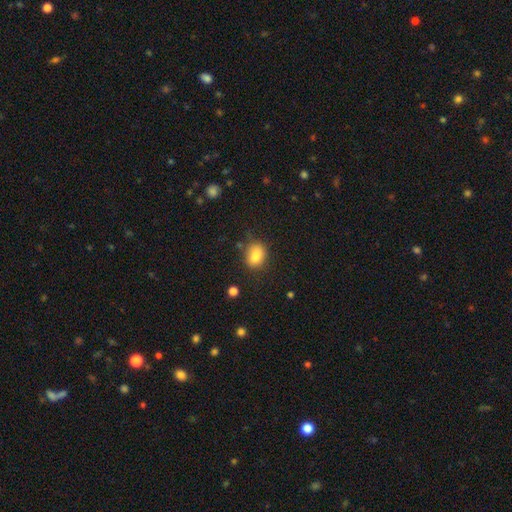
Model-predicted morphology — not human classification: Smooth or featured: smooth — 82% (star or artifact — 10%)
How rounded: in between — 63% (round — 35%)
Merging: none — 66% (minor disturbance — 21%)